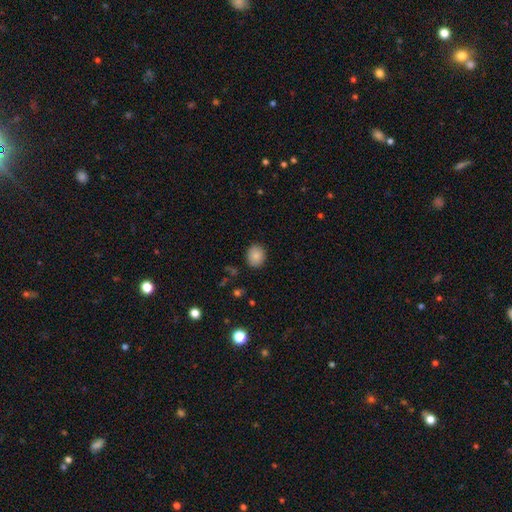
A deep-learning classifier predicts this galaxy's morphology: This is clearly a smooth galaxy (84%). How rounded: likely round (66%). Merging: clearly none (88%).